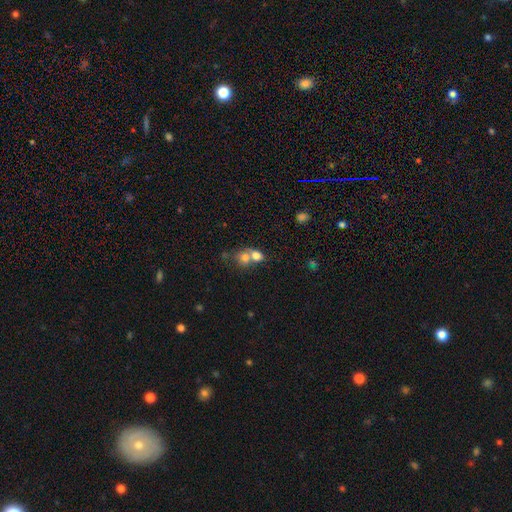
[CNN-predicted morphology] The model was most divided on "how rounded": round: 56%, in between: 43%, cigar-shaped: 1%. More confident: smooth or featured — smooth (74%); merging — merger (66%).